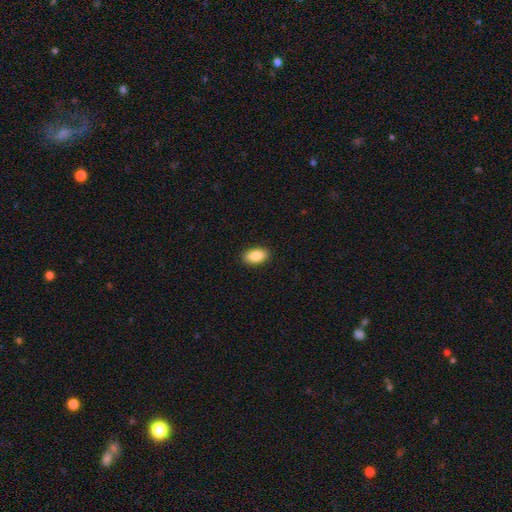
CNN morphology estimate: Smooth or featured? Predicted: smooth (p=0.86). How rounded? Predicted: in between (p=0.92). Merging? Predicted: none (p=0.90).